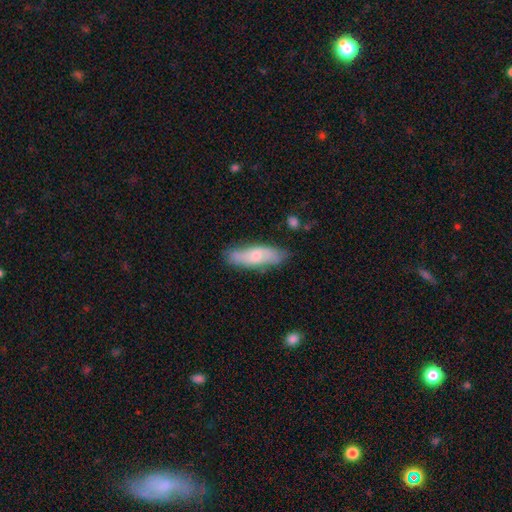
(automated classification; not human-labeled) Smooth or featured: smooth — 57% (featured or disk — 37%)
How rounded: in between — 52% (cigar-shaped — 46%)
Merging: none — 74% (minor disturbance — 20%)